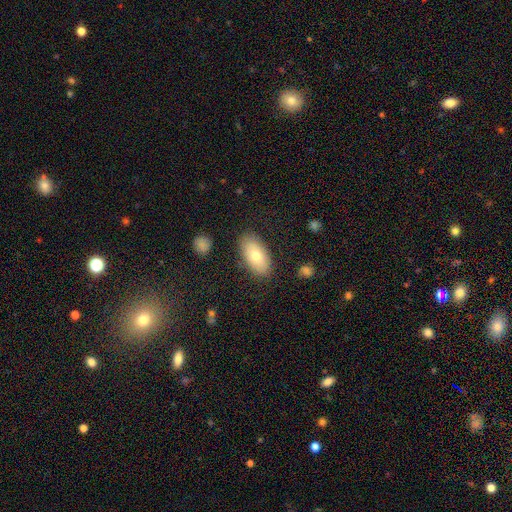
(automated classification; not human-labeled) Morphology: type=smooth (72%); roundness=in between (94%); merging=none (84%).